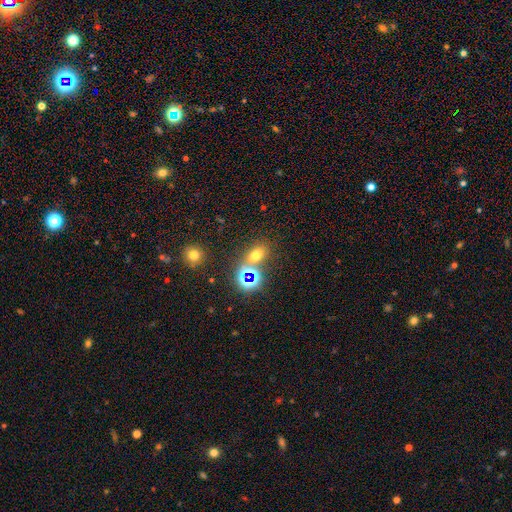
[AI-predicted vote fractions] Smooth or featured? Predicted: smooth (p=0.54). How rounded? Predicted: in between (p=0.64). Merging? Predicted: none (p=0.68).